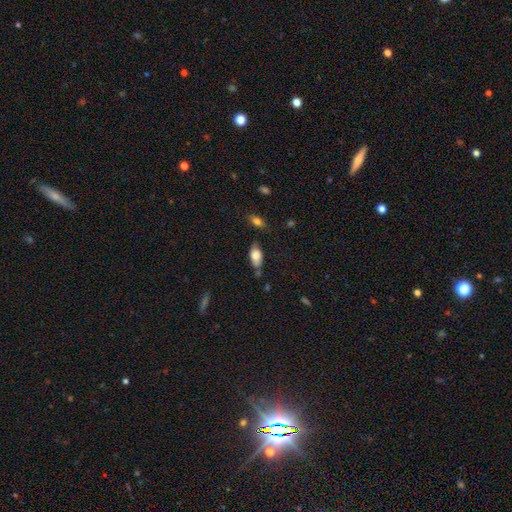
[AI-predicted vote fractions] A smooth galaxy with no disk features (76%) that is in between round and cigar-shaped (87%). Merging: none (62%).